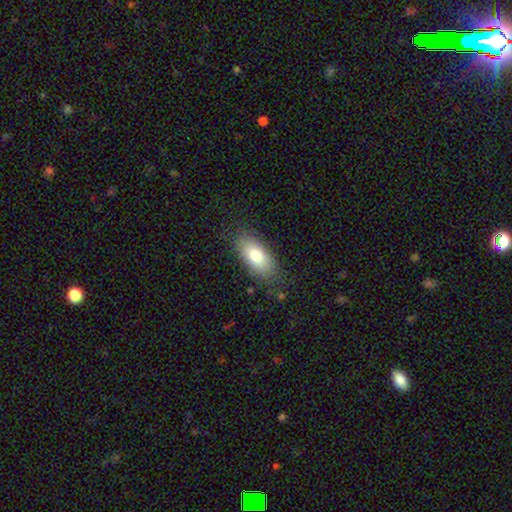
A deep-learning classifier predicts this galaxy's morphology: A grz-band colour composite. It shows a smooth galaxy with no disk features (76%) that is in between round and cigar-shaped (88%). Merging: none (82%).